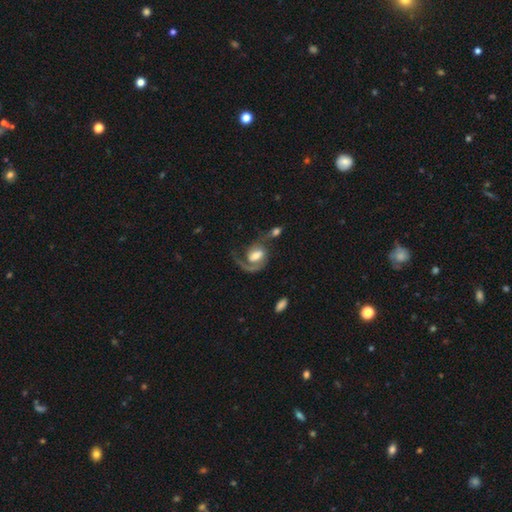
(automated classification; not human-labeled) This appears to be a featured or disk galaxy (78%) with a weak bar (46%), 1 (58%) medium (42%) spiral arms (92%) and a moderate central bulge (50%). Merging: none (37%).